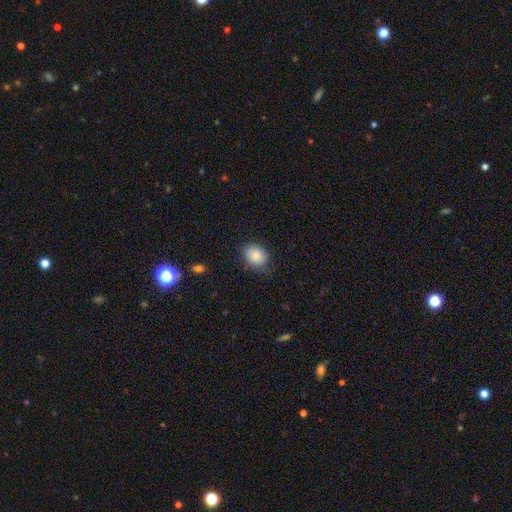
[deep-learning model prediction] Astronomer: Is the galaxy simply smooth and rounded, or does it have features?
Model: smooth — 84%.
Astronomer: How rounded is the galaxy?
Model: round — 51% (runner-up: in between, 48%).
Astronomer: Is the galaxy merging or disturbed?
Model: none — 80%.